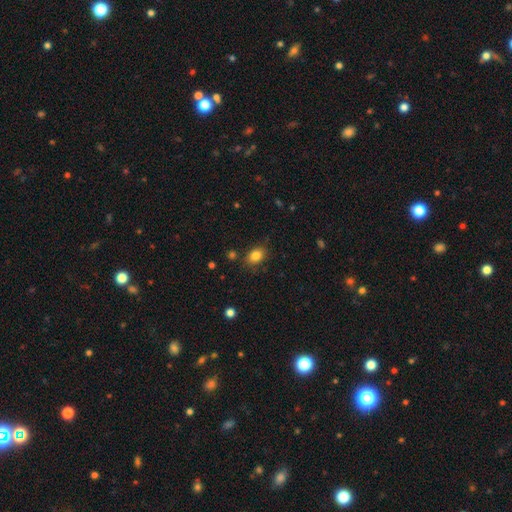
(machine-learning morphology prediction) The model was most divided on "how rounded": in between: 71%, round: 28%, cigar-shaped: 1%. More confident: smooth or featured — smooth (83%); merging — none (82%).